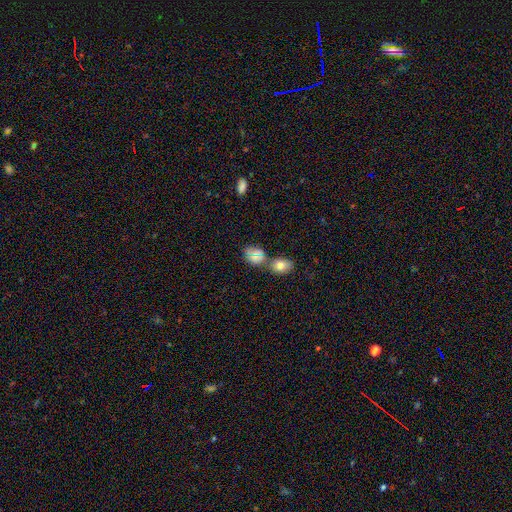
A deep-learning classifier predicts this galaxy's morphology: smooth_or_featured: smooth (p=0.68) [alt: star or artifact p=0.20]
how_rounded: in between (p=0.71) [alt: round p=0.27]
merging: none (p=0.56) [alt: merger p=0.23]